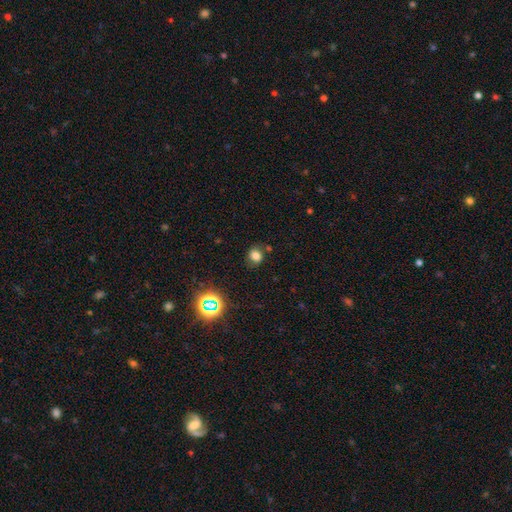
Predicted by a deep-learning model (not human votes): A smooth galaxy with no disk features (74%) that is round (59%).

Vote fractions:
- Smooth or featured? smooth: 74% / star or artifact: 18% / featured or disk: 8%
- How rounded? round: 59% / in between: 40% / cigar-shaped: 1%
- Merging? none: 73% / minor disturbance: 16% / merger: 6% / major disturbance: 5%